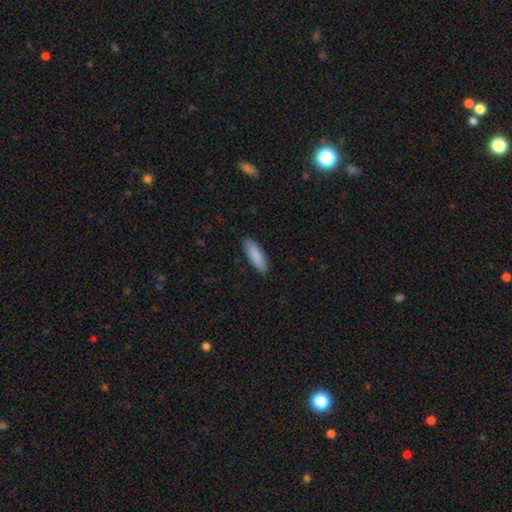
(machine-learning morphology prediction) smooth-or-featured: smooth: 88% | featured or disk: 7% | star or artifact: 5%
  how-rounded: in between: 58% | cigar-shaped: 40% | round: 1%
  merging: none: 88% | minor disturbance: 9% | major disturbance: 2% | merger: 1%